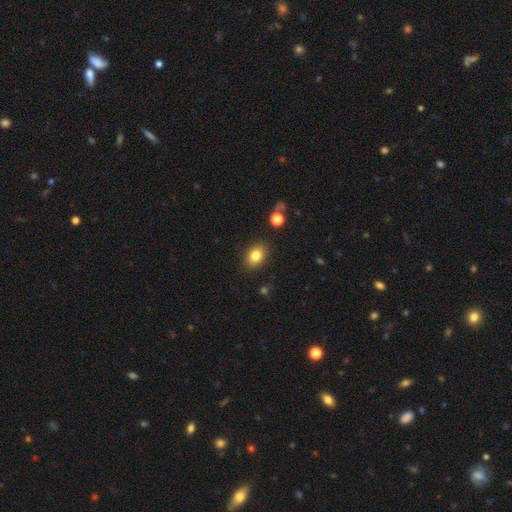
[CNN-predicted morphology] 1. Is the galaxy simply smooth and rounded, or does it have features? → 82% smooth, 10% star or artifact, 8% featured or disk.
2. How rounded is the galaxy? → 71% in between, 28% round, 1% cigar-shaped.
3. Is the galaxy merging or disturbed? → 86% none, 9% minor disturbance, 2% major disturbance, 2% merger.